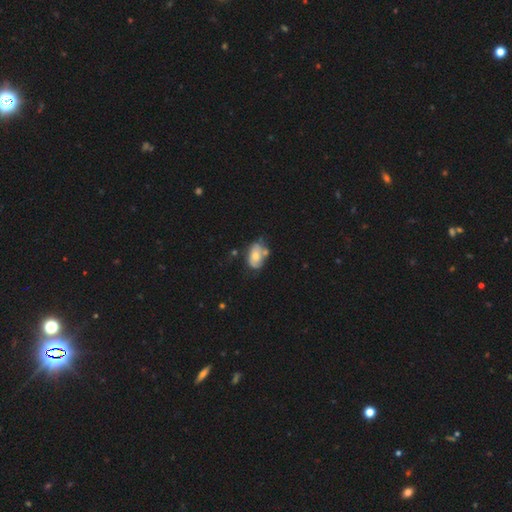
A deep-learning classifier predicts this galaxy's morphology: A smooth galaxy with no disk features (59%) that is in between round and cigar-shaped (87%). Merging: none (43%).